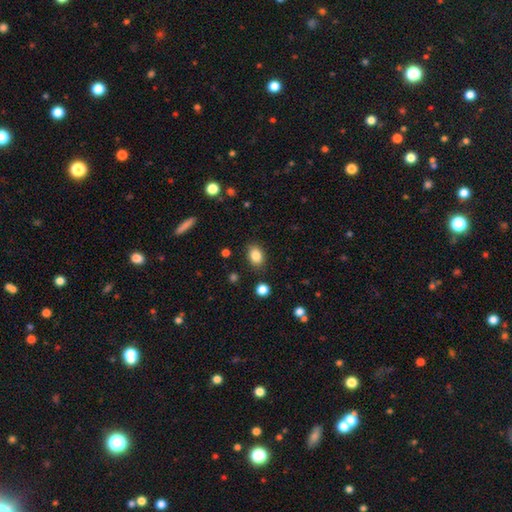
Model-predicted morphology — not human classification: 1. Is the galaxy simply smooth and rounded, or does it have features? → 85% smooth, 9% star or artifact, 6% featured or disk.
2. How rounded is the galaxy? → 76% in between, 23% round, 1% cigar-shaped.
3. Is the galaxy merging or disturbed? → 86% none, 10% minor disturbance, 3% major disturbance, 2% merger.